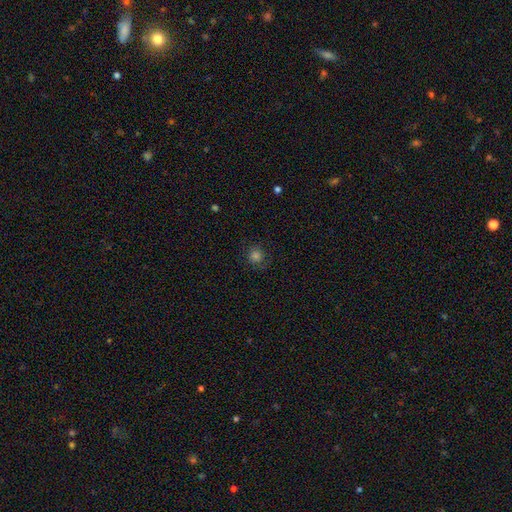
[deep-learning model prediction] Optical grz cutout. It shows a smooth galaxy with no disk features (74%) that is round (90%). Merging: none (80%).